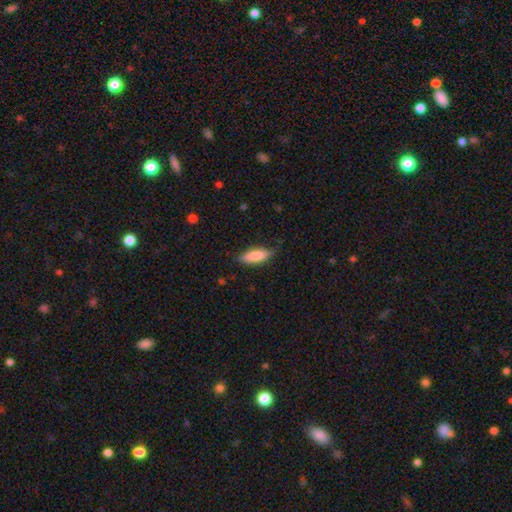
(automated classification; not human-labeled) smooth_or_featured: smooth (p=0.82) [alt: featured or disk p=0.12]
how_rounded: in between (p=0.65) [alt: cigar-shaped p=0.33]
merging: none (p=0.77) [alt: minor disturbance p=0.19]